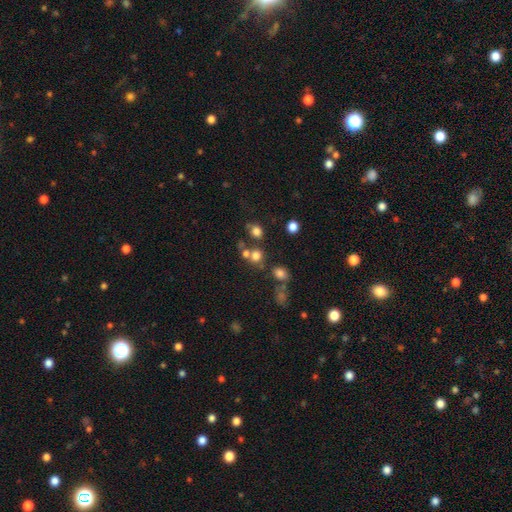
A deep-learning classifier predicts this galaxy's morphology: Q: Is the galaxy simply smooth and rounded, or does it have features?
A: smooth — 71%.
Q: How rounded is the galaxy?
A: round — 81%.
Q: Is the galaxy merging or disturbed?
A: none — 57%.